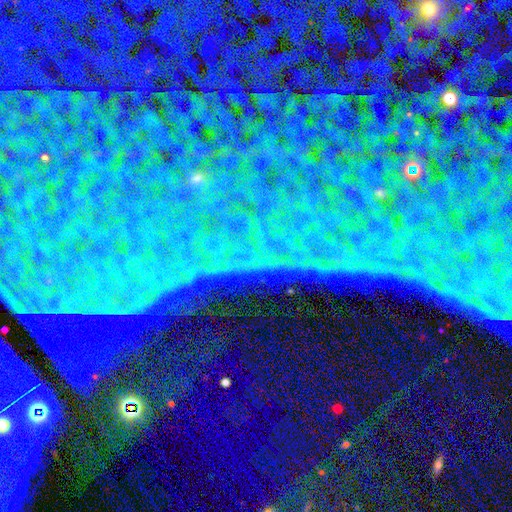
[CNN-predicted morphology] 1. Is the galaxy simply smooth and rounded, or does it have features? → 83% star or artifact, 9% featured or disk, 8% smooth.